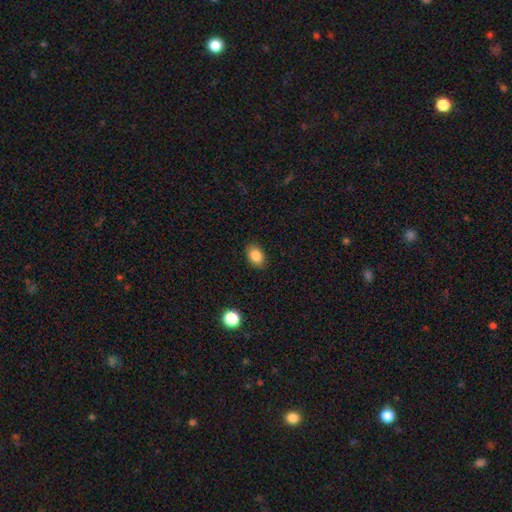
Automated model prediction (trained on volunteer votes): This appears to be a smooth galaxy with no disk features (85%) that is in between round and cigar-shaped (80%). Merging: none (87%).